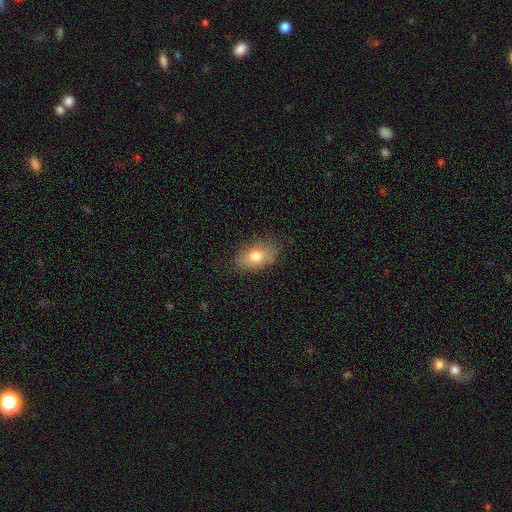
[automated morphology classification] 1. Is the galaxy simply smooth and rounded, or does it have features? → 77% smooth, 15% featured or disk, 8% star or artifact.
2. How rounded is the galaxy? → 88% in between, 11% round, 2% cigar-shaped.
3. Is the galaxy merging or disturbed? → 79% none, 16% minor disturbance, 4% major disturbance, 1% merger.